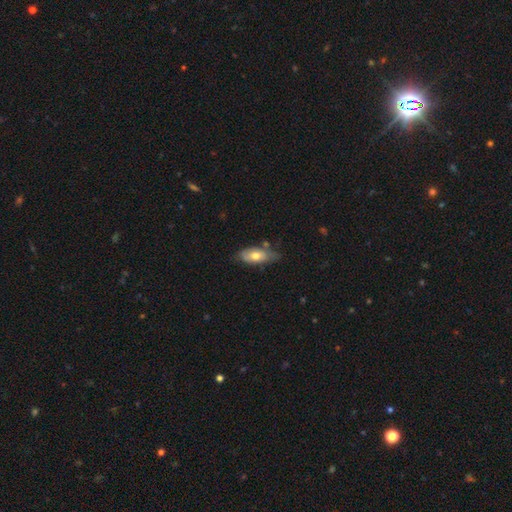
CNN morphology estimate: Overall: smooth (63%; featured or disk 31%). How rounded: in between (84%). Merging: none (59%; minor disturbance 29%).